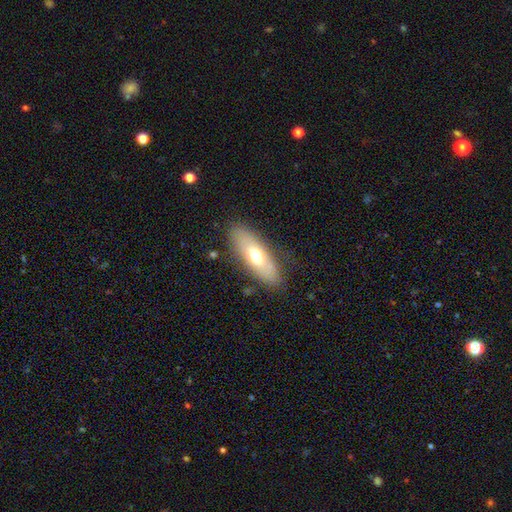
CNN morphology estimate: A smooth galaxy with no disk features (60%) that is in between round and cigar-shaped (67%).

Vote fractions:
- Smooth or featured? smooth: 60% / featured or disk: 33% / star or artifact: 7%
- How rounded? in between: 67% / cigar-shaped: 30% / round: 3%
- Merging? none: 82% / minor disturbance: 12% / major disturbance: 4% / merger: 2%